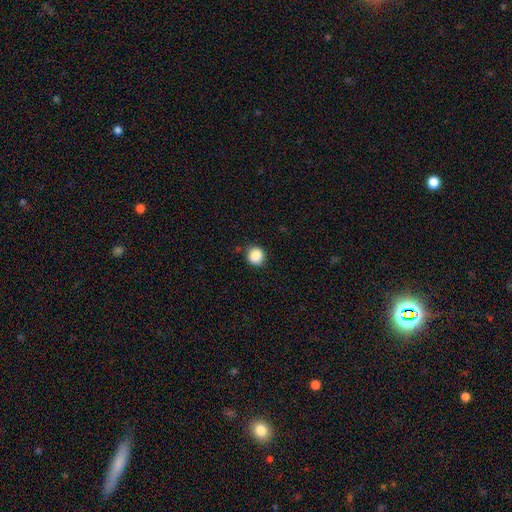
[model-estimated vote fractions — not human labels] smooth-or-featured: smooth: 88% | star or artifact: 9% | featured or disk: 3%
  how-rounded: round: 90% | in between: 9% | cigar-shaped: 1%
  merging: none: 87% | minor disturbance: 9% | major disturbance: 2% | merger: 1%